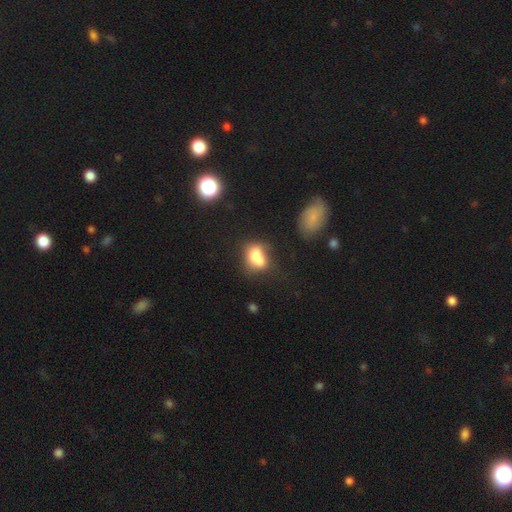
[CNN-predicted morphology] Smooth or featured? Predicted: smooth (p=0.70). How rounded? Predicted: in between (p=0.72). Merging? Predicted: merger (p=0.37).